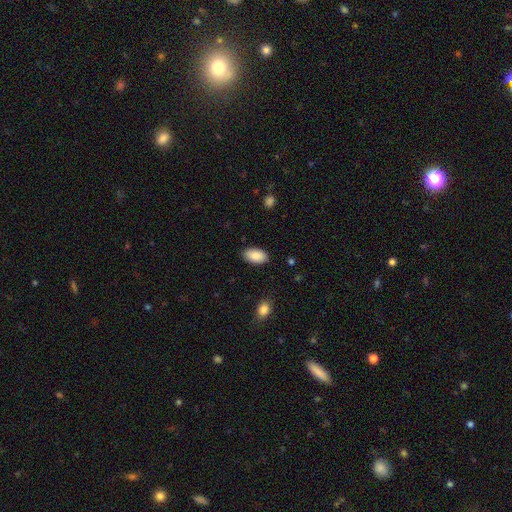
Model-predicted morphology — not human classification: Smooth or featured? Predicted: smooth (p=0.89). How rounded? Predicted: in between (p=0.95). Merging? Predicted: none (p=0.88).